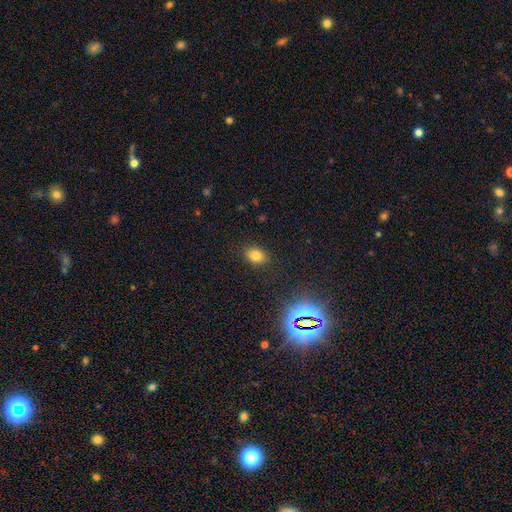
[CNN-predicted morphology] Smooth or featured?
  - smooth: 77% *
  - star or artifact: 15%
  - featured or disk: 7%
How rounded?
  - in between: 71% *
  - round: 28%
  - cigar-shaped: 2%
Merging?
  - none: 86% *
  - minor disturbance: 10%
  - major disturbance: 3%
  - merger: 1%